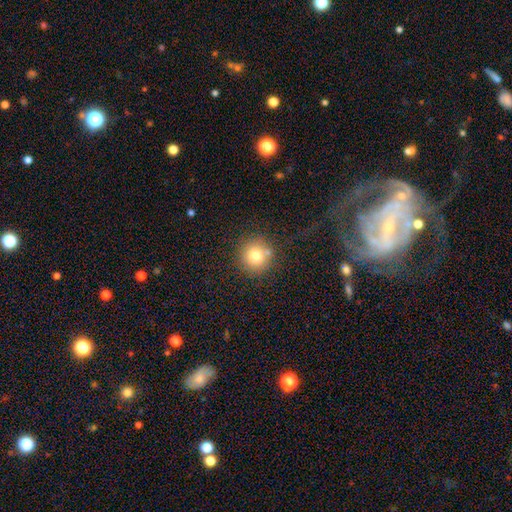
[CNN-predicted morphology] Overall: smooth (77%). How rounded: round (93%). Merging: none (77%).